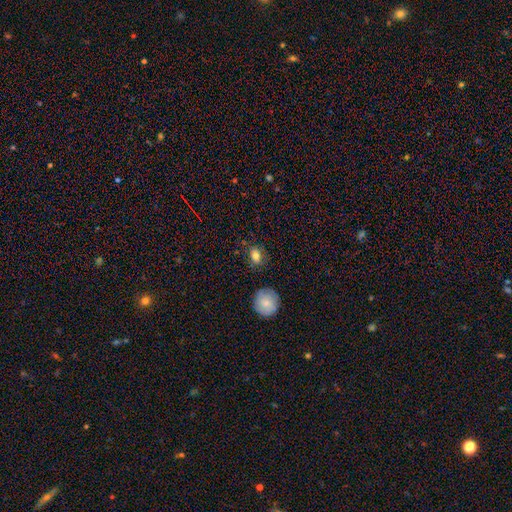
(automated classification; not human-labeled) Overall: smooth (80%). How rounded: in between (62%; round 35%). Merging: none (78%).